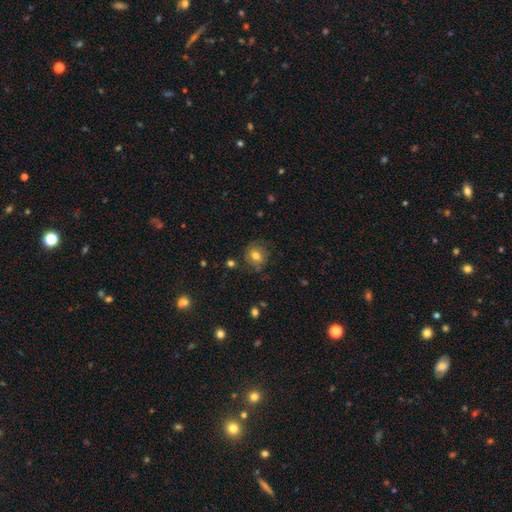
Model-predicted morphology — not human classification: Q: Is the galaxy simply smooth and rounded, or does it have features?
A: smooth — 66%.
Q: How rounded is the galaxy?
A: round — 79%.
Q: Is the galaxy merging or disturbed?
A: none — 76%.